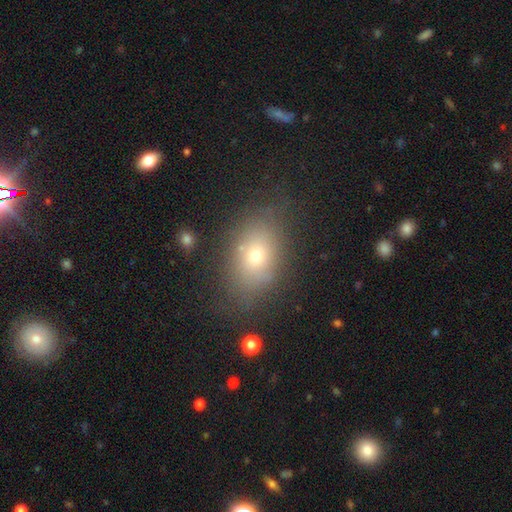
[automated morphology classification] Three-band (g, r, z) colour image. It shows a smooth galaxy with no disk features (67%) that is in between round and cigar-shaped (76%). Merging: none (79%).